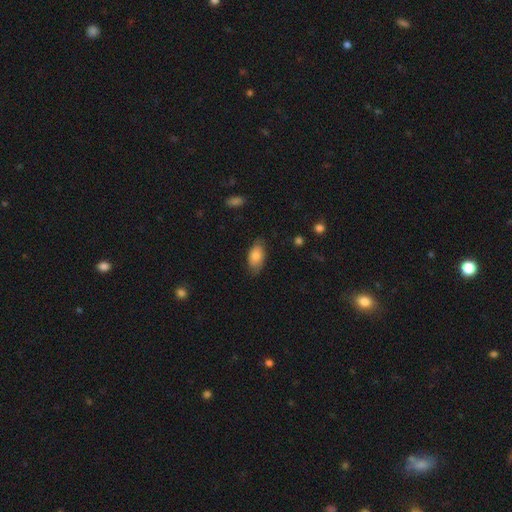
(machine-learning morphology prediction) smooth-or-featured: smooth: 79% | featured or disk: 14% | star or artifact: 7%
  how-rounded: in between: 93% | round: 4% | cigar-shaped: 3%
  merging: none: 73% | minor disturbance: 21% | major disturbance: 4% | merger: 1%